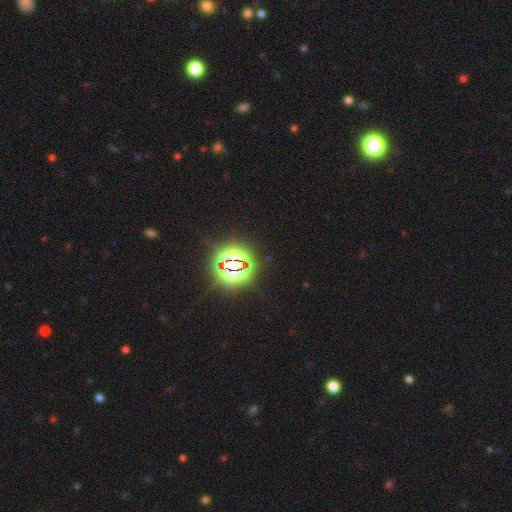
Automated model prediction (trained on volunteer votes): Q: Smooth or featured?
A: star or artifact (85%); runner-up: smooth (10%)